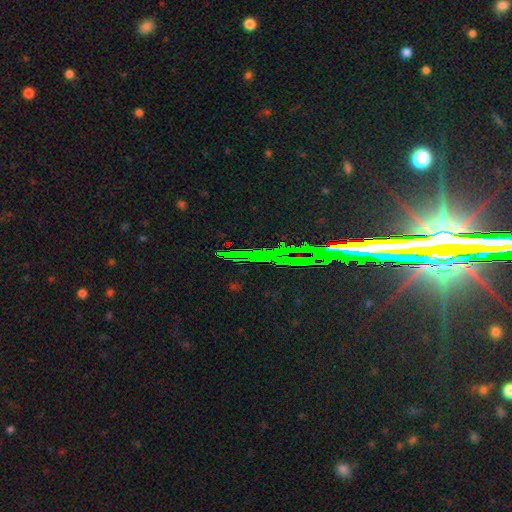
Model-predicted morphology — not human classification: Smooth or featured? star or artifact (76%)